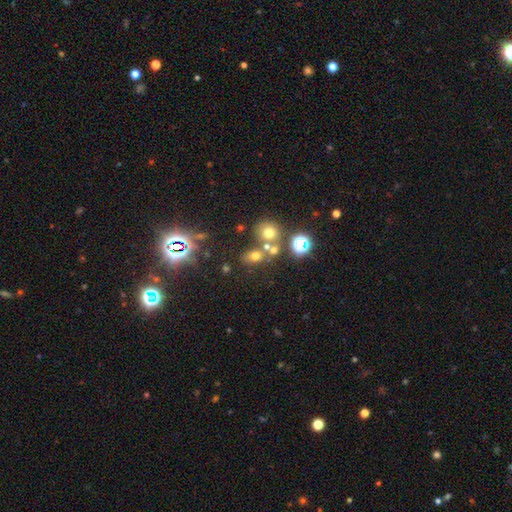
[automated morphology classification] Q: Smooth or featured?
A: smooth (45%); runner-up: star or artifact (44%)
Q: Merging?
A: none (59%); runner-up: merger (27%)